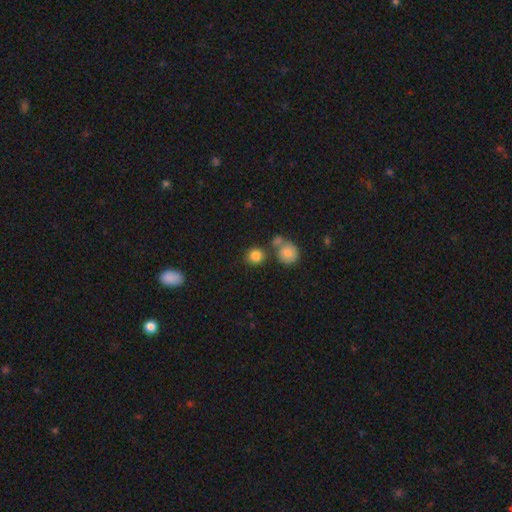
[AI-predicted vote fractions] This appears to be a smooth galaxy with no disk features (84%) that is round (87%). Merging: none (65%).